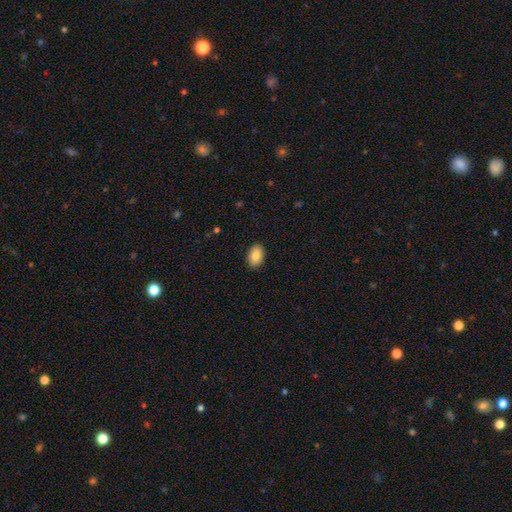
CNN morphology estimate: The model was most divided on "how rounded": in between: 87%, round: 12%, cigar-shaped: 1%. More confident: merging — none (88%); smooth or featured — smooth (86%).